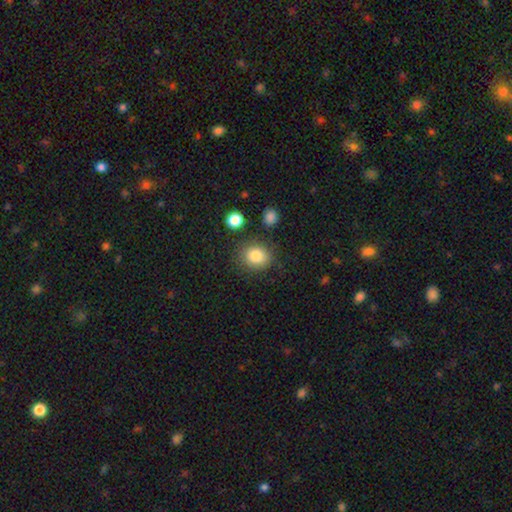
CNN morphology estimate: type=smooth (84%); roundness=round (73%); merging=none (80%).